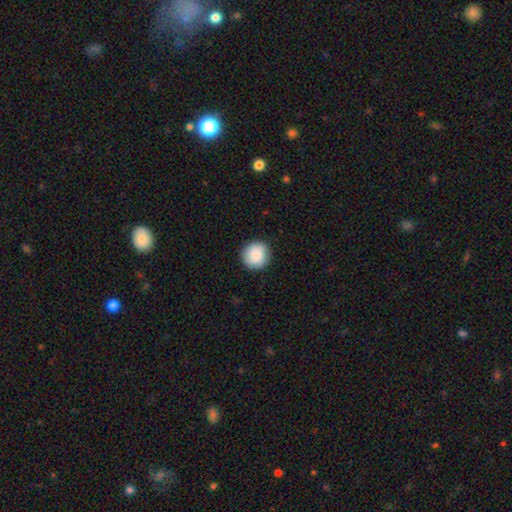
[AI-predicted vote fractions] A smooth galaxy with no disk features (85%) that is round (93%).

Vote fractions:
- Smooth or featured? smooth: 85% / featured or disk: 8% / star or artifact: 7%
- How rounded? round: 93% / in between: 6% / cigar-shaped: 1%
- Merging? none: 89% / minor disturbance: 8% / major disturbance: 2% / merger: 1%